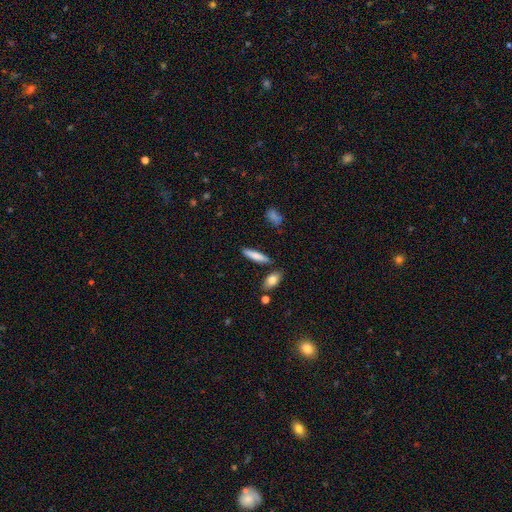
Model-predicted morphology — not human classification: Smooth or featured? Predicted: smooth (p=0.79). How rounded? Predicted: cigar-shaped (p=0.72). Merging? Predicted: none (p=0.83).